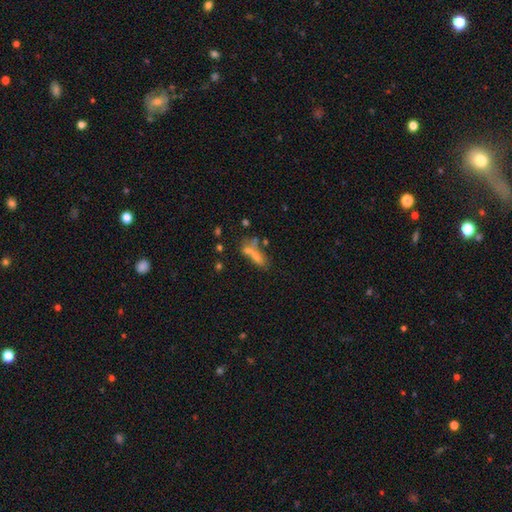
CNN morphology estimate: smooth-or-featured: smooth: 50% | featured or disk: 29% | star or artifact: 21%
  merging: none: 40% | merger: 33% | minor disturbance: 14% | major disturbance: 13%